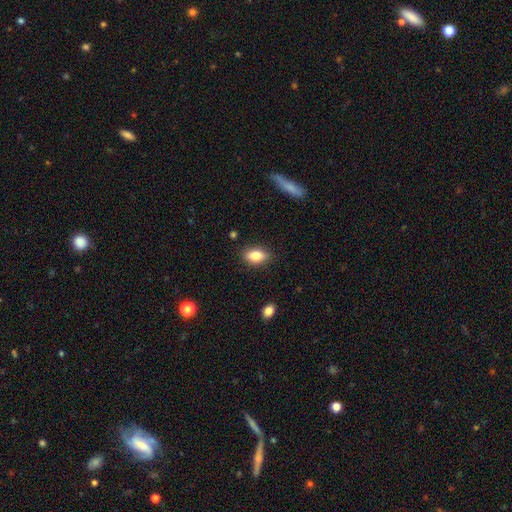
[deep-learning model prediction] A smooth galaxy with no disk features (83%) that is in between round and cigar-shaped (87%).

Vote fractions:
- Smooth or featured? smooth: 83% / featured or disk: 9% / star or artifact: 8%
- How rounded? in between: 87% / round: 9% / cigar-shaped: 5%
- Merging? none: 85% / minor disturbance: 11% / major disturbance: 2% / merger: 1%